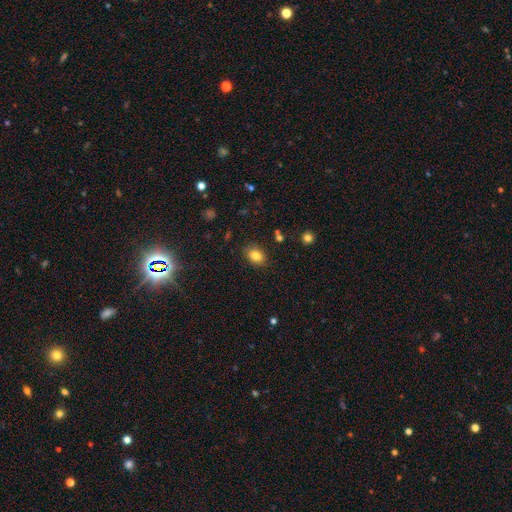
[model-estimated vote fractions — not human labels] Morphology: type=smooth (82%); roundness=in between (79%); merging=none (85%).